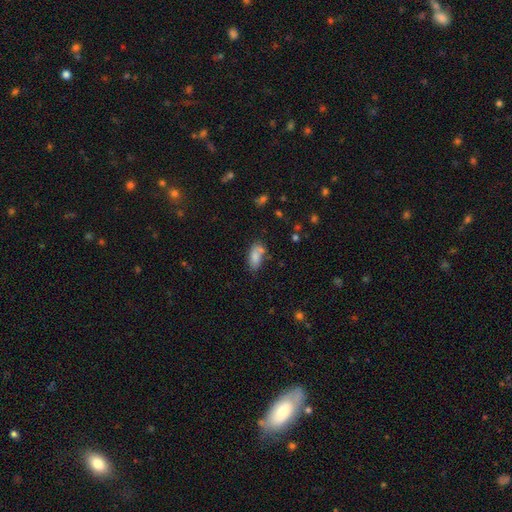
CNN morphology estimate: Smooth or featured: smooth — 79% (featured or disk — 12%)
How rounded: in between — 87% (cigar-shaped — 10%)
Merging: none — 51% (minor disturbance — 22%)